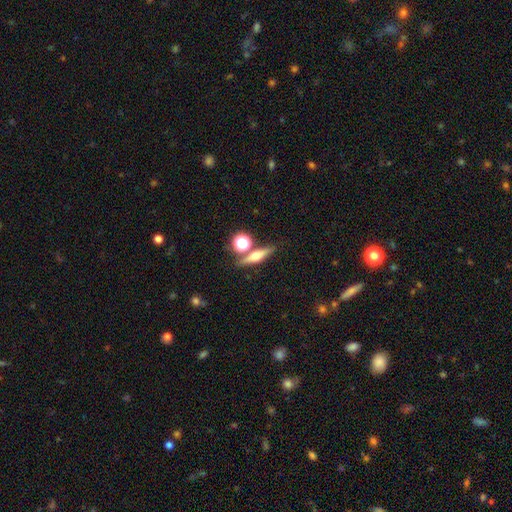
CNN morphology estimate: The model was most divided on "smooth or featured": featured or disk: 53%, smooth: 37%, star or artifact: 11%. More confident: edge-on disk — yes (91%); merging — none (73%).